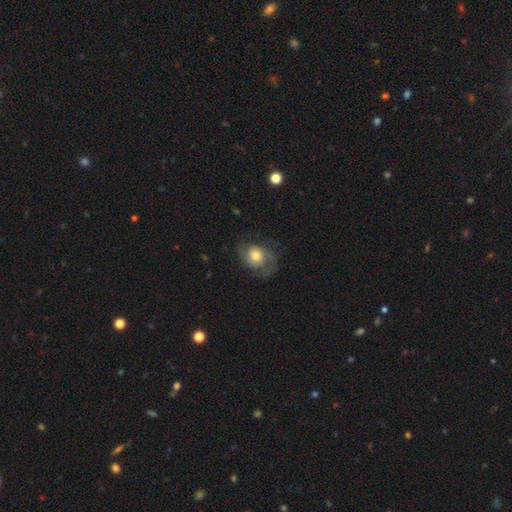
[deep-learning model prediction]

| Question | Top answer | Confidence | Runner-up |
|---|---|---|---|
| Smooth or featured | featured or disk | 69% | smooth (24%) |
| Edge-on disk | no | 97% | yes (3%) |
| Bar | no | 73% | weak (23%) |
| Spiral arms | yes | 90% | no (10%) |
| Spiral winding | medium | 49% | loose (26%) |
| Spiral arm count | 2 | 77% | can't tell (9%) |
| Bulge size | moderate | 57% | small (20%) |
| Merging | none | 65% | minor disturbance (19%) |